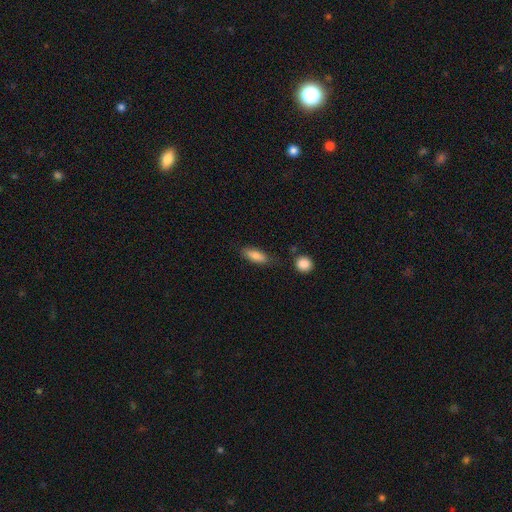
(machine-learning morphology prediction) Smooth or featured?
  - smooth: 82% *
  - featured or disk: 11%
  - star or artifact: 7%
How rounded?
  - in between: 63% *
  - cigar-shaped: 34%
  - round: 3%
Merging?
  - none: 78% *
  - minor disturbance: 15%
  - merger: 4%
  - major disturbance: 4%